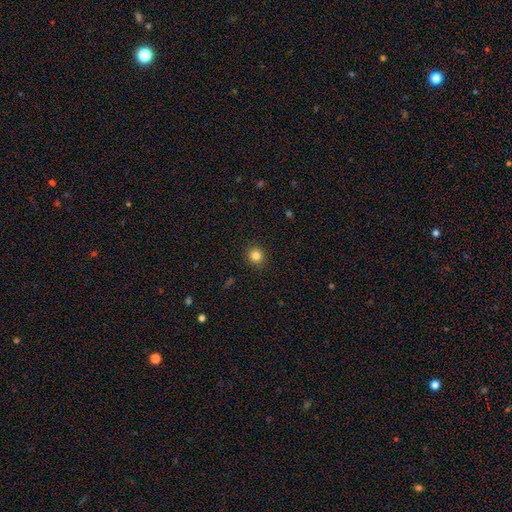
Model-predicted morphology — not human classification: The model was most divided on "smooth or featured": smooth: 83%, star or artifact: 12%, featured or disk: 5%. More confident: merging — none (91%); how rounded — round (91%).